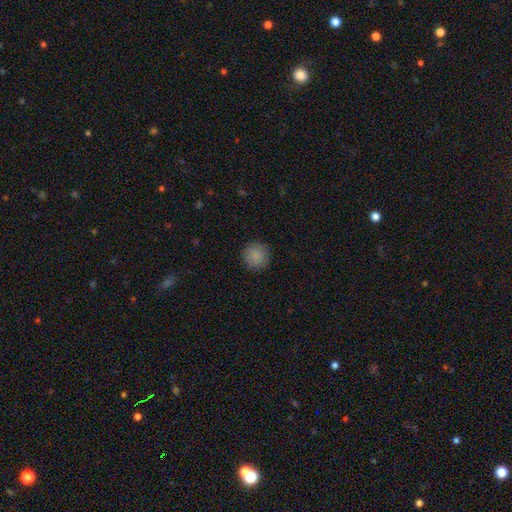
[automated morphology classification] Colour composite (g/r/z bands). It shows a smooth galaxy with no disk features (87%) that is round (94%). Merging: none (89%).